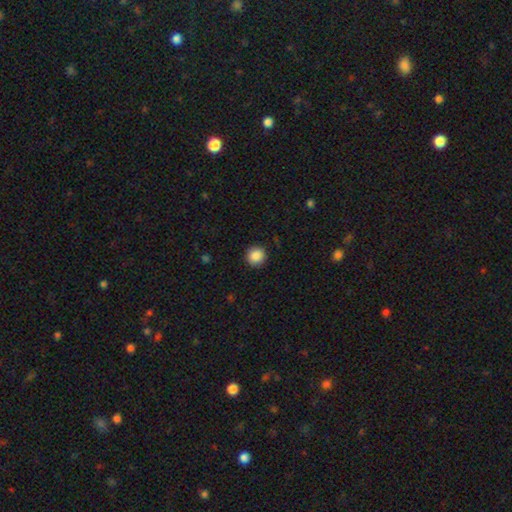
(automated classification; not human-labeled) Overall: smooth (88%). How rounded: round (94%). Merging: none (92%).